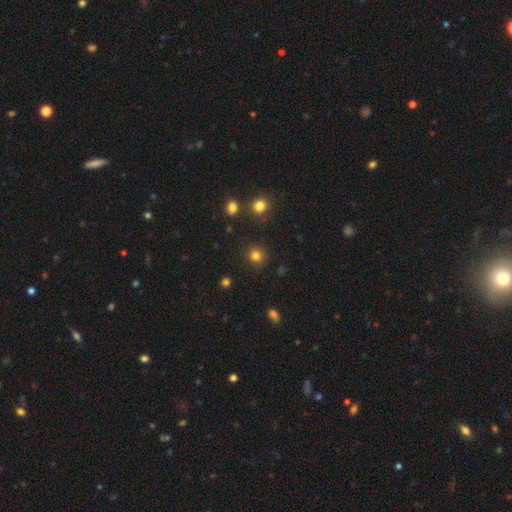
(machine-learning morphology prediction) Smooth or featured: smooth — 82% (star or artifact — 14%)
How rounded: round — 92% (in between — 8%)
Merging: none — 89% (minor disturbance — 6%)